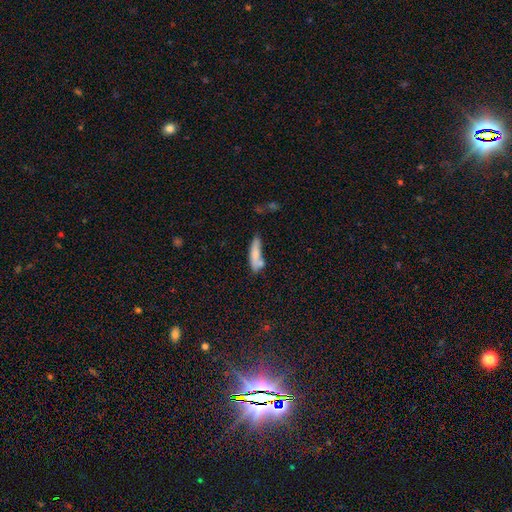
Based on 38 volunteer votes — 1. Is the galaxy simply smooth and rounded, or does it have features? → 82% smooth, 13% featured or disk, 5% star or artifact.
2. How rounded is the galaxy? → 61% cigar-shaped, 35% in between, 3% round.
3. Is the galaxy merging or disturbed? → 47% none, 31% minor disturbance, 17% merger, 6% major disturbance.